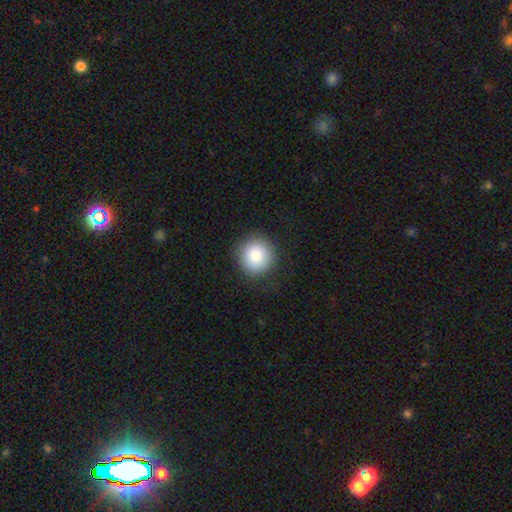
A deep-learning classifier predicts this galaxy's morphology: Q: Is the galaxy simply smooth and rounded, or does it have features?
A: smooth — 87%.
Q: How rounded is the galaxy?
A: round — 94%.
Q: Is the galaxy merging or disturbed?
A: none — 88%.